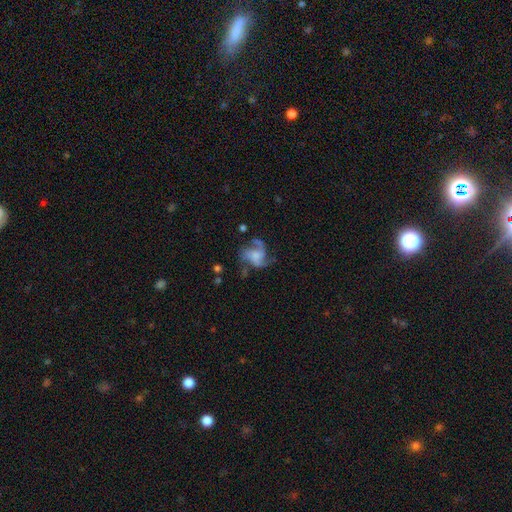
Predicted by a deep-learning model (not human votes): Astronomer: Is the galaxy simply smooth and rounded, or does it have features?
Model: featured or disk — 78%.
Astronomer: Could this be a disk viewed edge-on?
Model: no — 98%.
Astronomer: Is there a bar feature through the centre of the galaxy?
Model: no — 68%.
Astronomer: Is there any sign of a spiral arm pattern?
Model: yes — 93%.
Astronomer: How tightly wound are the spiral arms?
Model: medium — 51% (runner-up: loose, 32%).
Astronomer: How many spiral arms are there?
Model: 3 — 57%.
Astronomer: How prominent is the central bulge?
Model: moderate — 35% (runner-up: small, 29%).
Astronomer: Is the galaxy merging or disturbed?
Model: none — 57%.